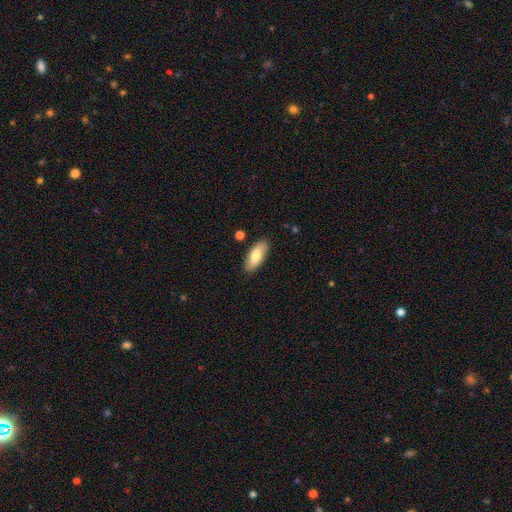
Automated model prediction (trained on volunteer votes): Smooth or featured: smooth — 78% (featured or disk — 16%)
How rounded: in between — 82% (cigar-shaped — 16%)
Merging: none — 86% (minor disturbance — 10%)